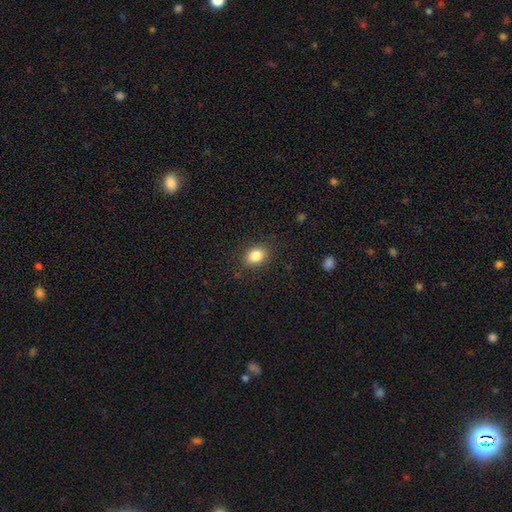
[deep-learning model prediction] Morphology: type=smooth (85%); roundness=in between (61%); merging=none (86%).